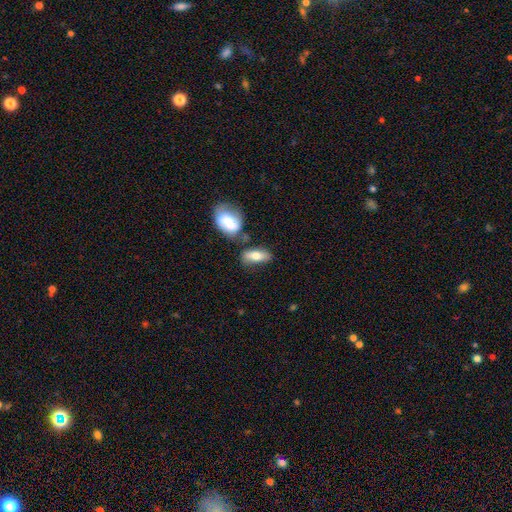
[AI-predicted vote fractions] smooth 77%, featured or disk 16%, star or artifact 7%. Down the decision tree: how rounded — in between (81%); merging — none (60%).